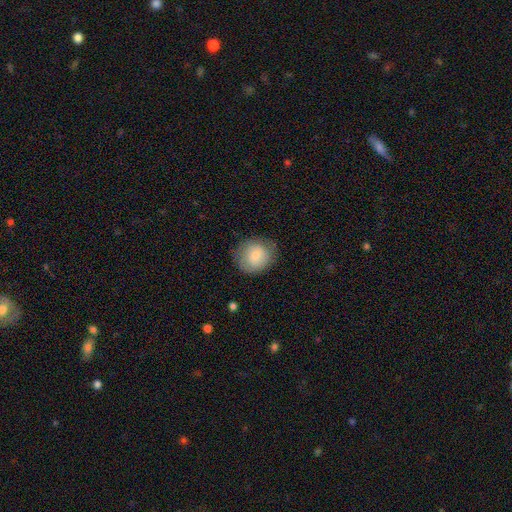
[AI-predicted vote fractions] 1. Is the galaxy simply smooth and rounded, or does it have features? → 76% smooth, 17% featured or disk, 7% star or artifact.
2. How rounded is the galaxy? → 80% round, 19% in between, 1% cigar-shaped.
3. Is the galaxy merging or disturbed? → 77% none, 16% minor disturbance, 5% major disturbance, 1% merger.